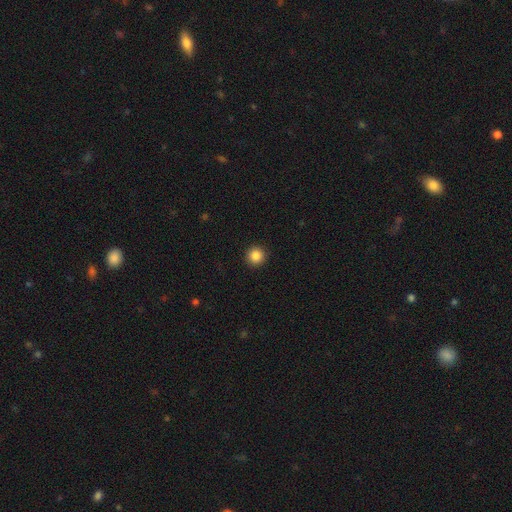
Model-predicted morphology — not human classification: Smooth or featured?
  - smooth: 87% *
  - star or artifact: 10%
  - featured or disk: 3%
How rounded?
  - round: 95% *
  - in between: 4%
  - cigar-shaped: 1%
Merging?
  - none: 93% *
  - minor disturbance: 5%
  - major disturbance: 2%
  - merger: 1%